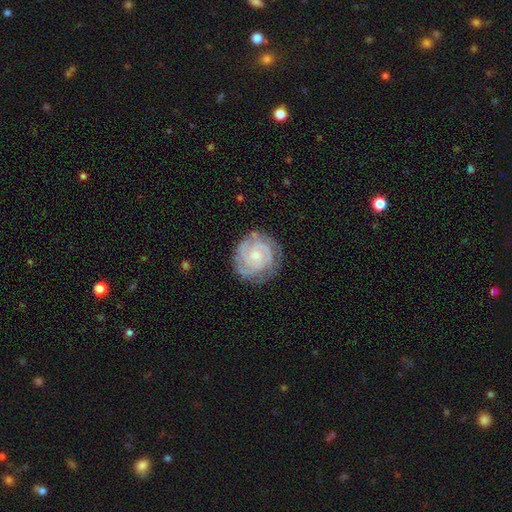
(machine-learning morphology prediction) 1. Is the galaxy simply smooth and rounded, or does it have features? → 85% featured or disk, 10% smooth, 5% star or artifact.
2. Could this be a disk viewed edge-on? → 98% no, 2% yes.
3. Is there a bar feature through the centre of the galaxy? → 69% no, 27% weak, 4% strong.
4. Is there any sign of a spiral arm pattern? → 97% yes, 3% no.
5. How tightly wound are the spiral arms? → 72% tight, 24% medium, 4% loose.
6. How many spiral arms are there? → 33% 3 (tied), 33% 2 (tied), 18% can't tell, 8% 4, 5% 1, 4% more than 4.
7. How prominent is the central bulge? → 63% small, 28% moderate, 6% none, 2% large, 1% dominant.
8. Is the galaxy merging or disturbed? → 79% none, 15% minor disturbance, 5% major disturbance, 1% merger.